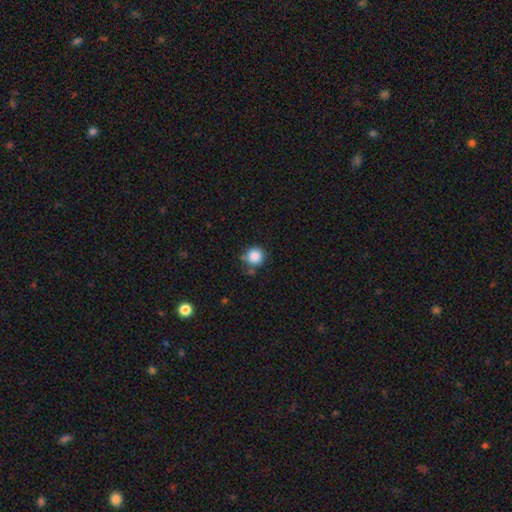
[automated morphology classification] smooth_or_featured: smooth (p=0.86) [alt: star or artifact p=0.10]
how_rounded: round (p=0.94) [alt: in between p=0.05]
merging: none (p=0.76) [alt: minor disturbance p=0.15]